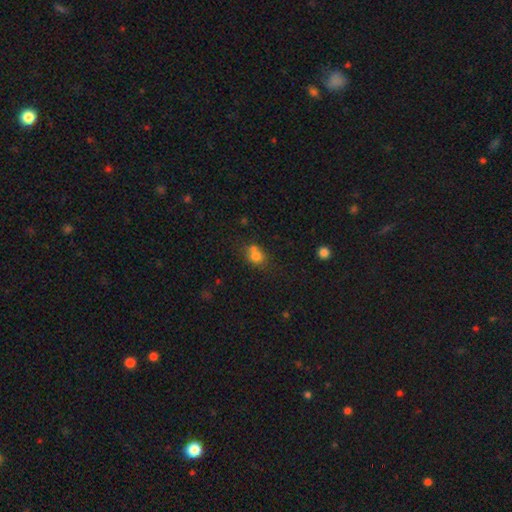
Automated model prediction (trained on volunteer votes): Smooth or featured? smooth (75%)
How rounded? round (68%)
Merging? none (48%)